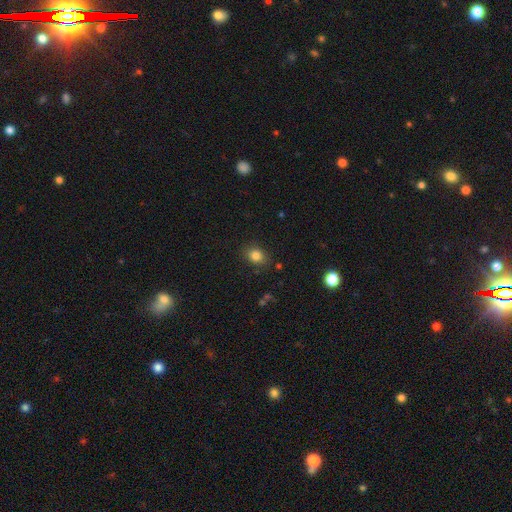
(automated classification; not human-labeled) Morphology: type=smooth (82%); roundness=in between (54%); merging=none (85%).